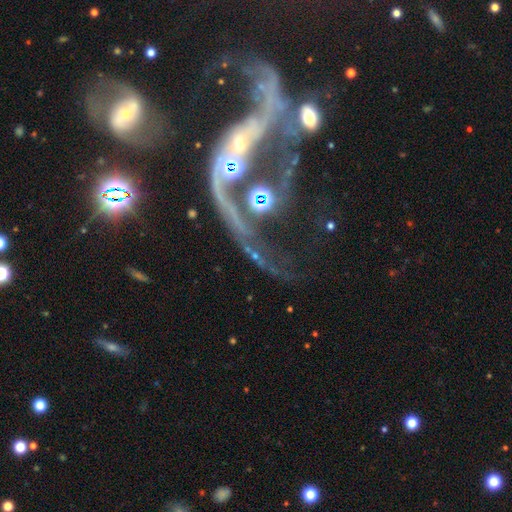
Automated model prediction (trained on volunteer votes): The model was most divided on "smooth or featured": featured or disk: 42%, star or artifact: 39%, smooth: 19%. Remaining: merging — none (48%).